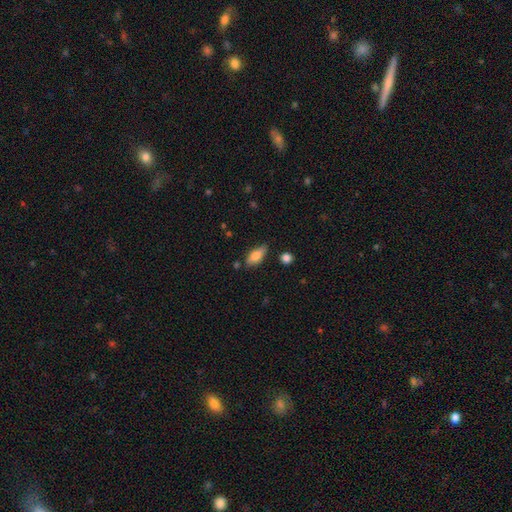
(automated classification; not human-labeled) smooth 72%, featured or disk 21%, star or artifact 7%. Down the decision tree: how rounded — in between (79%); merging — none (73%).